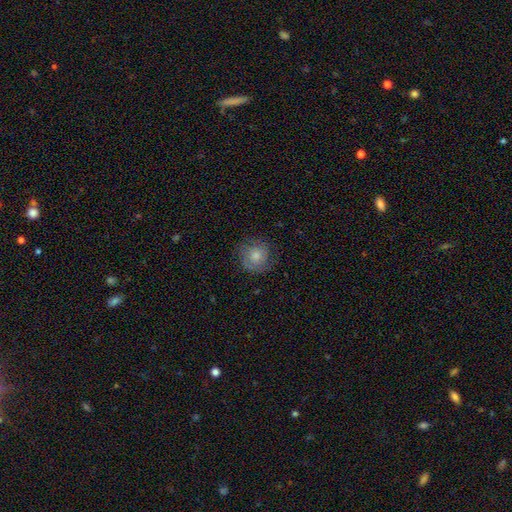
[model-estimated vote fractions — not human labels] smooth 49%, featured or disk 38%, star or artifact 13%. Down the decision tree: merging — none (79%).